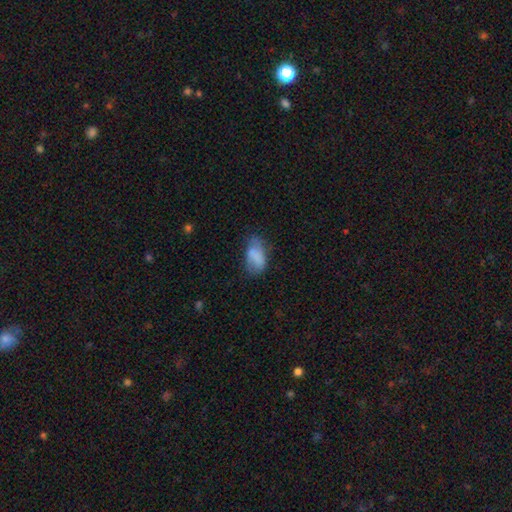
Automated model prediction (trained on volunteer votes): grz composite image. It shows a smooth galaxy with no disk features (77%) that is in between round and cigar-shaped (92%). Merging: none (49%).